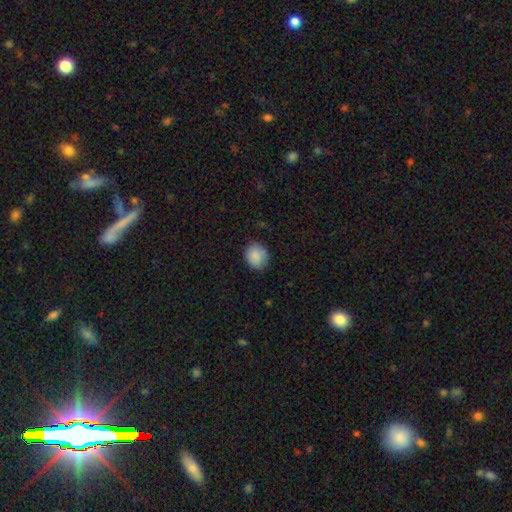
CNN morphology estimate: Q: Smooth or featured?
A: smooth (86%); runner-up: star or artifact (7%)
Q: How rounded?
A: round (63%); runner-up: in between (36%)
Q: Merging?
A: none (79%); runner-up: minor disturbance (16%)